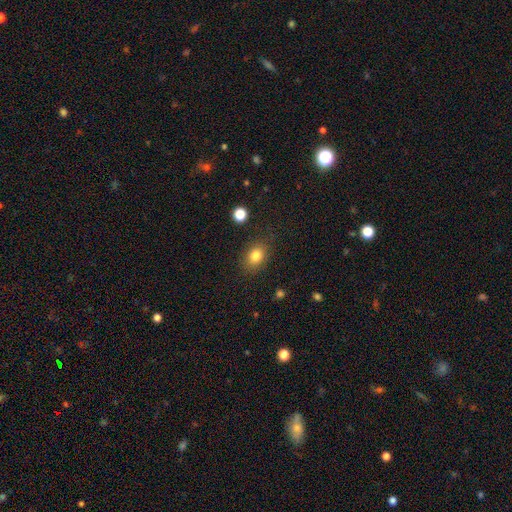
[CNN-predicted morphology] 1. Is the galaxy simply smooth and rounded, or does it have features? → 82% smooth, 11% star or artifact, 8% featured or disk.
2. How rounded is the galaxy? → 65% in between, 34% round, 1% cigar-shaped.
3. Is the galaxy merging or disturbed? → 83% none, 12% minor disturbance, 4% major disturbance, 2% merger.